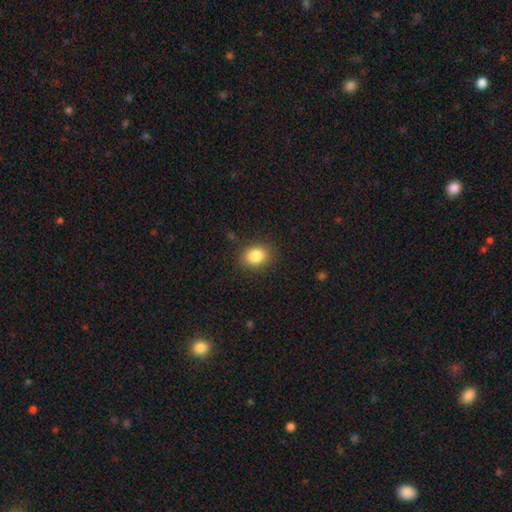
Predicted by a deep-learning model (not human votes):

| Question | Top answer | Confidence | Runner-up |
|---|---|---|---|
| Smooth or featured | smooth | 85% | star or artifact (9%) |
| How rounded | round | 54% | in between (45%) |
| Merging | none | 86% | minor disturbance (10%) |